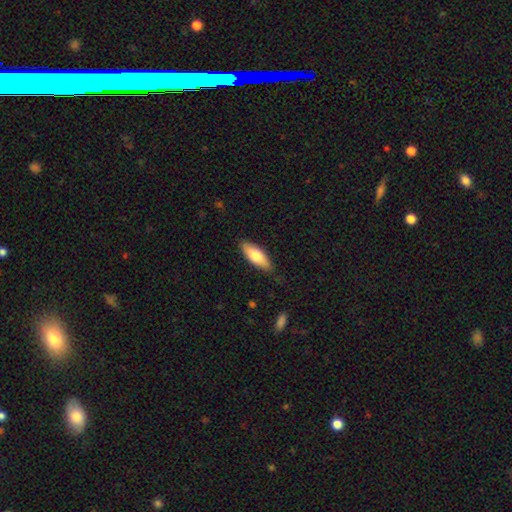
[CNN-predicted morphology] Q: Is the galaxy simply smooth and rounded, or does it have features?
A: smooth — 72%.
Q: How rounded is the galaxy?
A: in between — 67%.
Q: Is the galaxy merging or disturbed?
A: none — 83%.